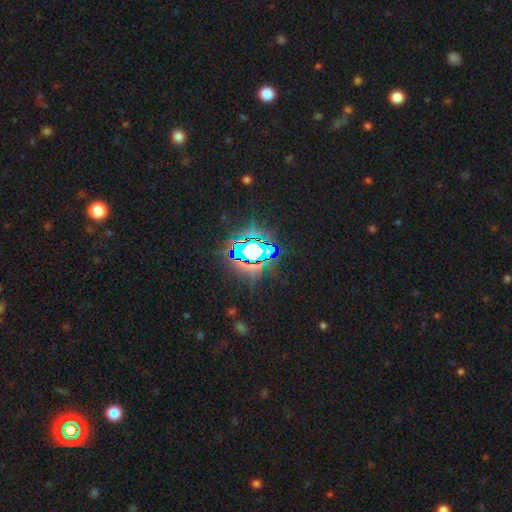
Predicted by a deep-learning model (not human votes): Q: Smooth or featured?
A: star or artifact (75%); runner-up: smooth (15%)